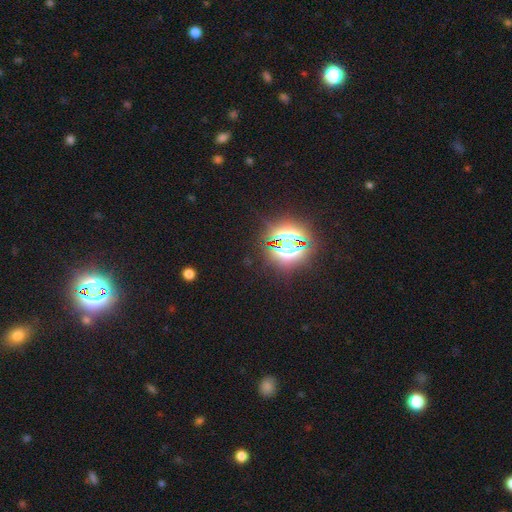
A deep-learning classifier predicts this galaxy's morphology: Smooth or featured? star or artifact (80%)